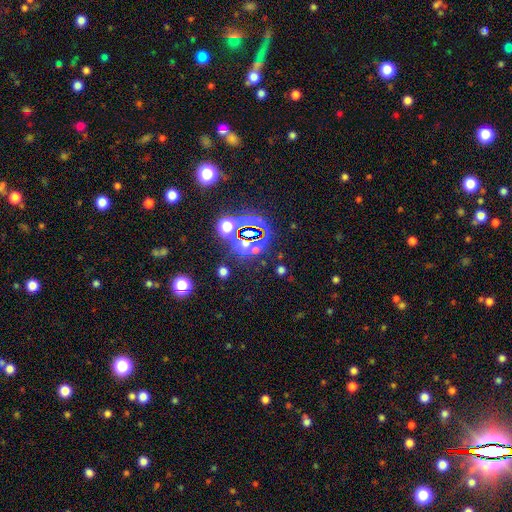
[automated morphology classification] Q: Smooth or featured?
A: star or artifact (81%); runner-up: smooth (12%)